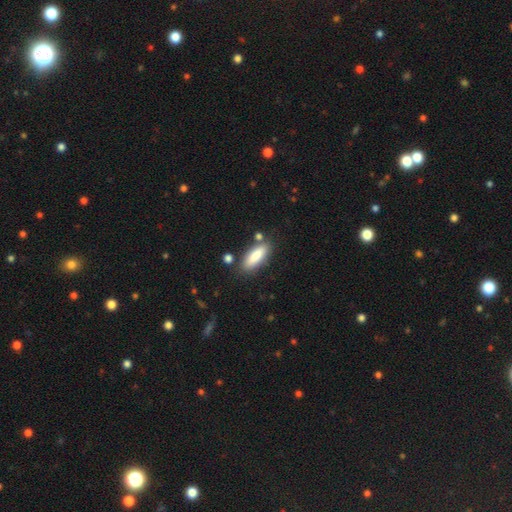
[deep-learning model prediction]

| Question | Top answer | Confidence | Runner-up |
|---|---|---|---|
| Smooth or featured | smooth | 83% | featured or disk (11%) |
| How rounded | in between | 53% | cigar-shaped (45%) |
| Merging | none | 79% | minor disturbance (12%) |